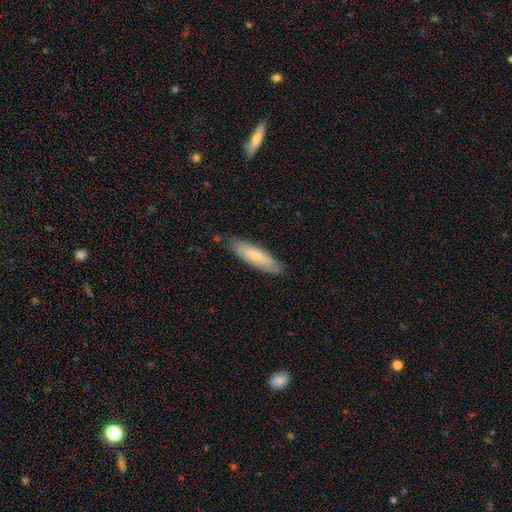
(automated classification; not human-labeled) Smooth or featured? smooth (64%)
How rounded? cigar-shaped (64%)
Merging? none (83%)